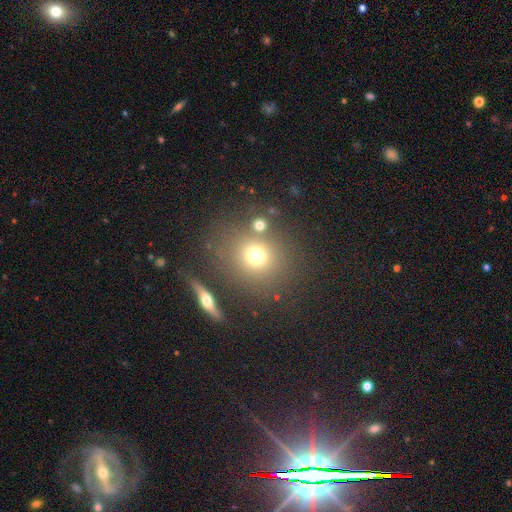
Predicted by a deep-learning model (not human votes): smooth_or_featured: smooth (p=0.70) [alt: star or artifact p=0.16]
how_rounded: round (p=0.81) [alt: in between p=0.18]
merging: none (p=0.73) [alt: merger p=0.11]